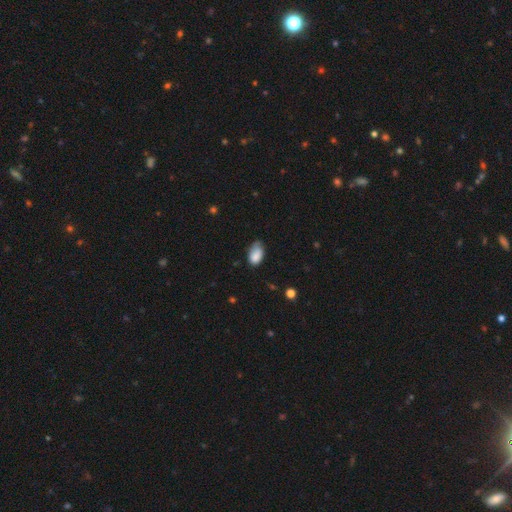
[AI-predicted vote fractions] Smooth or featured? smooth (85%)
How rounded? in between (92%)
Merging? none (49%)